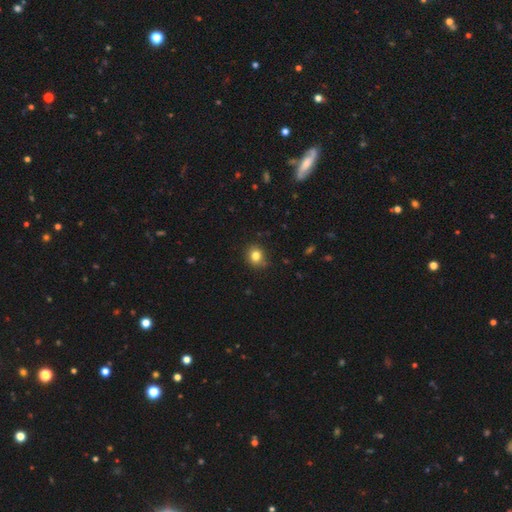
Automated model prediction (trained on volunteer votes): A smooth galaxy with no disk features (81%) that is round (77%). Merging: none (84%).